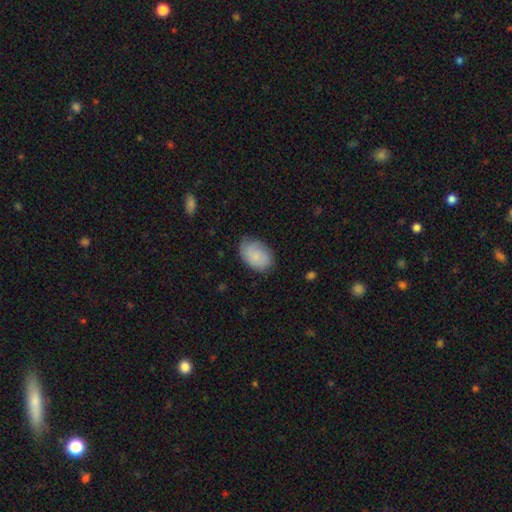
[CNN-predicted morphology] This appears to be a smooth galaxy with no disk features (82%) that is in between round and cigar-shaped (87%). Merging: none (75%).